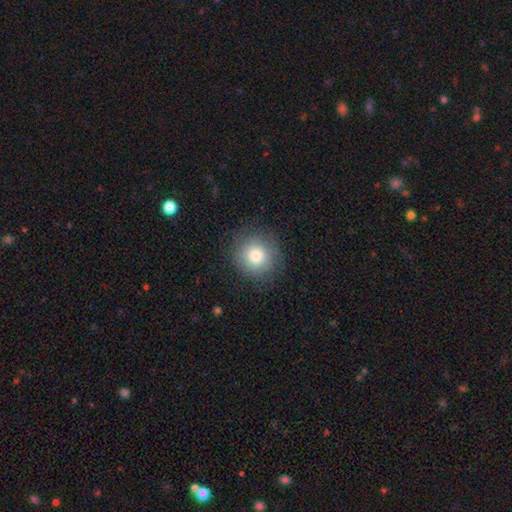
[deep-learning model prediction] Morphology: type=smooth (79%); roundness=round (91%); merging=none (84%).